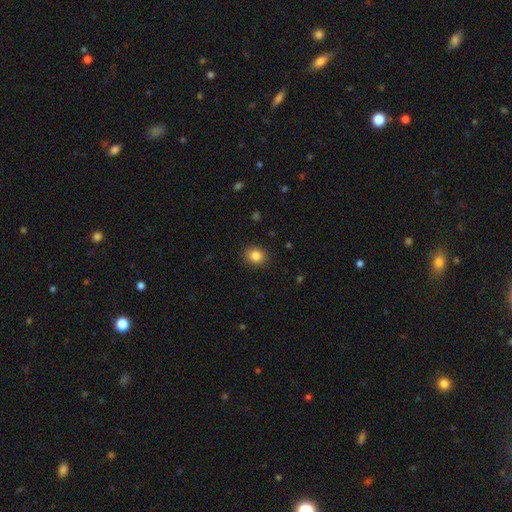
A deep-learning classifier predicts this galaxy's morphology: A smooth galaxy with no disk features (85%) that is round (61%).

Vote fractions:
- Smooth or featured? smooth: 85% / star or artifact: 10% / featured or disk: 6%
- How rounded? round: 61% / in between: 38% / cigar-shaped: 1%
- Merging? none: 89% / minor disturbance: 8% / major disturbance: 2% / merger: 1%